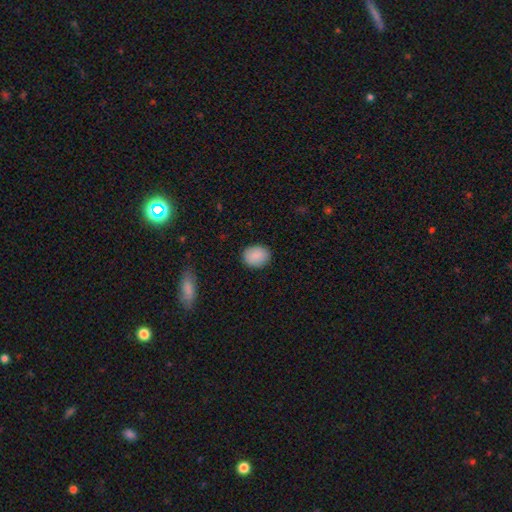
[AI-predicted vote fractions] smooth 89%, star or artifact 7%, featured or disk 4%. Down the decision tree: how rounded — in between (53%); merging — none (89%).